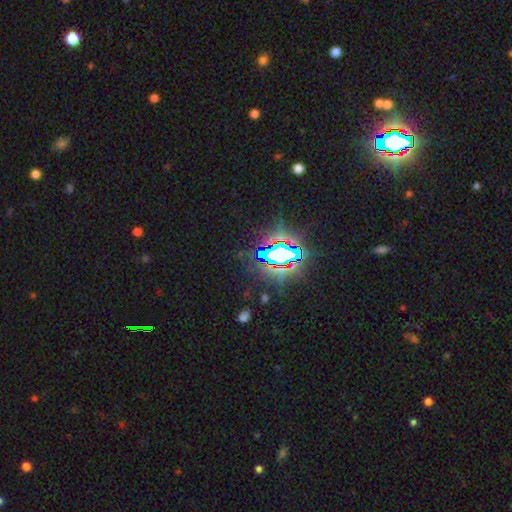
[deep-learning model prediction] This appears to be a star or artifact, not a galaxy (81%).